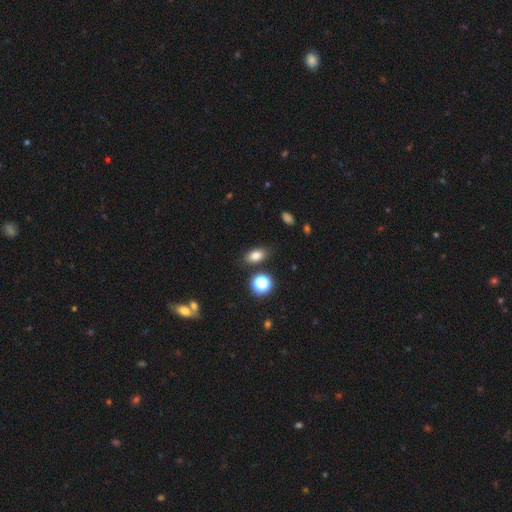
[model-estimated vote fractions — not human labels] A smooth galaxy with no disk features (79%) that is in between round and cigar-shaped (83%).

Vote fractions:
- Smooth or featured? smooth: 79% / star or artifact: 13% / featured or disk: 8%
- How rounded? in between: 83% / round: 14% / cigar-shaped: 4%
- Merging? none: 83% / minor disturbance: 10% / merger: 4% / major disturbance: 3%